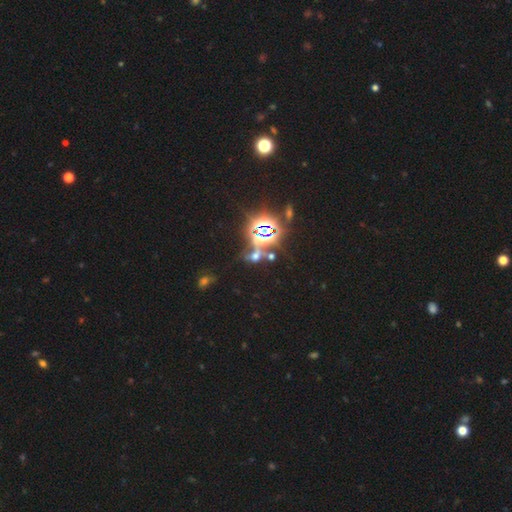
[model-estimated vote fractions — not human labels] Smooth or featured? star or artifact (66%)